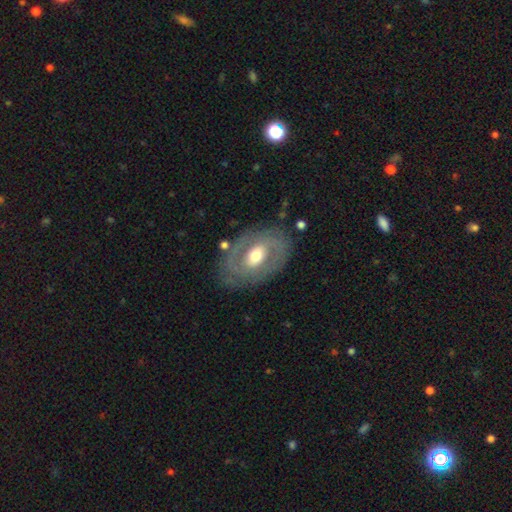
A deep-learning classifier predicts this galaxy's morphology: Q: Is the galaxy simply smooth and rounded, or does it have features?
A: featured or disk — 71%.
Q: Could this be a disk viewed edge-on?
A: no — 93%.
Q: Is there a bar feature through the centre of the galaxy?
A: weak — 43%.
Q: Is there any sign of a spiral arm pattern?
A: yes — 64%.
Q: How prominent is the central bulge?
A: moderate — 72%.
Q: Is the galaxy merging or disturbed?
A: none — 75%.